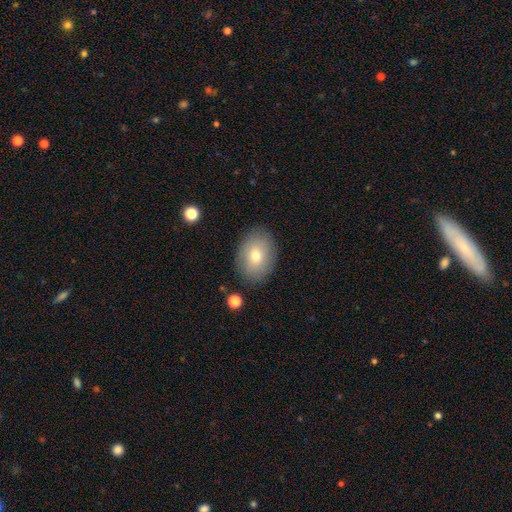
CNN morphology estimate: Smooth or featured: smooth — 75% (featured or disk — 17%)
How rounded: in between — 74% (round — 25%)
Merging: none — 86% (minor disturbance — 10%)